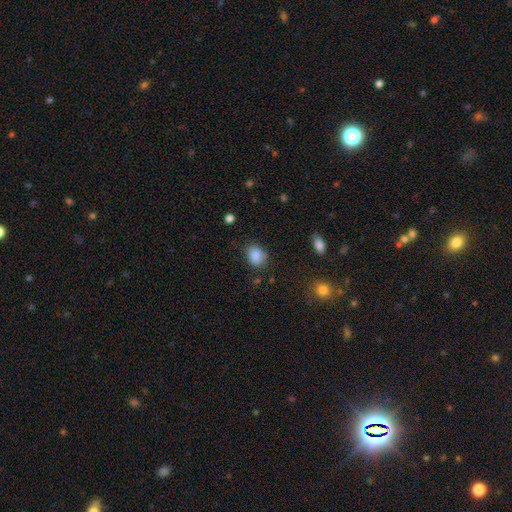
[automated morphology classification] This is clearly a smooth galaxy (87%). How rounded: possibly in between (59%). Merging: likely none (76%).